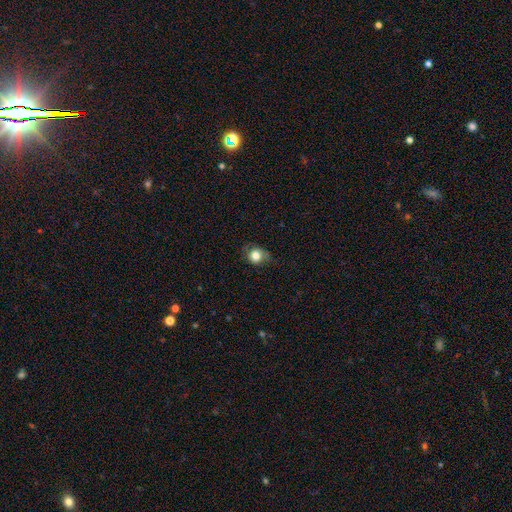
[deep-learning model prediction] smooth-or-featured: smooth: 79% | featured or disk: 11% | star or artifact: 10%
  how-rounded: round: 70% | in between: 29% | cigar-shaped: 1%
  merging: none: 64% | minor disturbance: 26% | major disturbance: 9% | merger: 1%